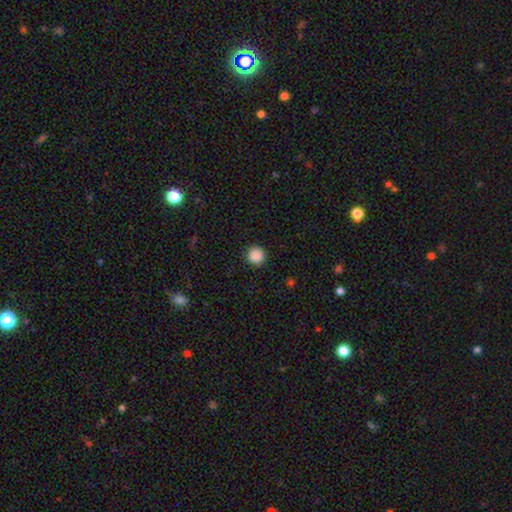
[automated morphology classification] The model was most divided on "smooth or featured": smooth: 89%, star or artifact: 9%, featured or disk: 2%. More confident: how rounded — round (95%); merging — none (92%).